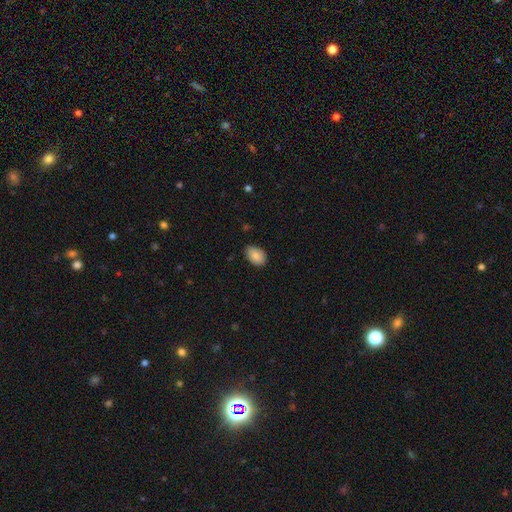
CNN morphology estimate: Q: Smooth or featured?
A: smooth (87%); runner-up: star or artifact (7%)
Q: How rounded?
A: in between (87%); runner-up: round (12%)
Q: Merging?
A: none (80%); runner-up: minor disturbance (17%)